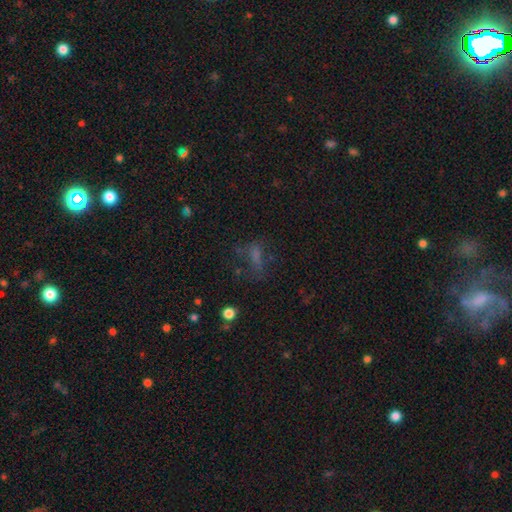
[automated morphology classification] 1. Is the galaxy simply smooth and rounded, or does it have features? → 40% star or artifact, 34% smooth, 26% featured or disk.